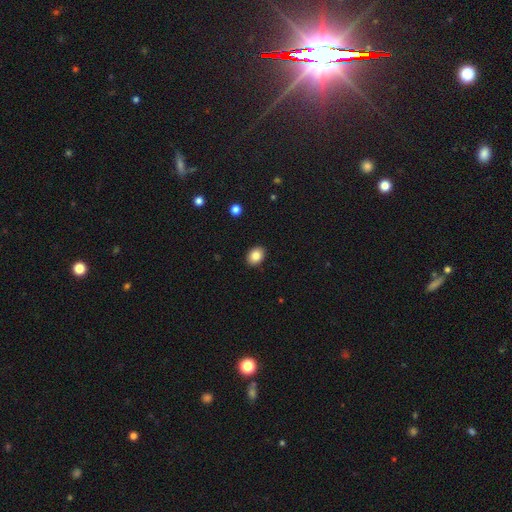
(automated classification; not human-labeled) Smooth or featured?
  - smooth: 85% *
  - star or artifact: 9%
  - featured or disk: 6%
How rounded?
  - in between: 66% *
  - round: 33%
  - cigar-shaped: 1%
Merging?
  - none: 90% *
  - minor disturbance: 7%
  - major disturbance: 2%
  - merger: 1%